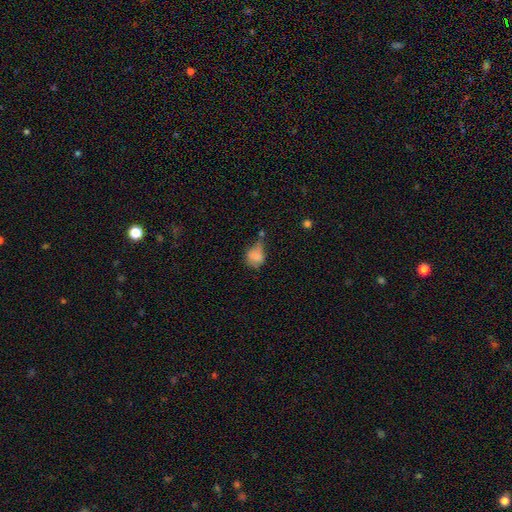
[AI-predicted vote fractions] Smooth or featured: smooth — 75% (featured or disk — 13%)
How rounded: in between — 50% (round — 48%)
Merging: minor disturbance — 35% (none — 28%)